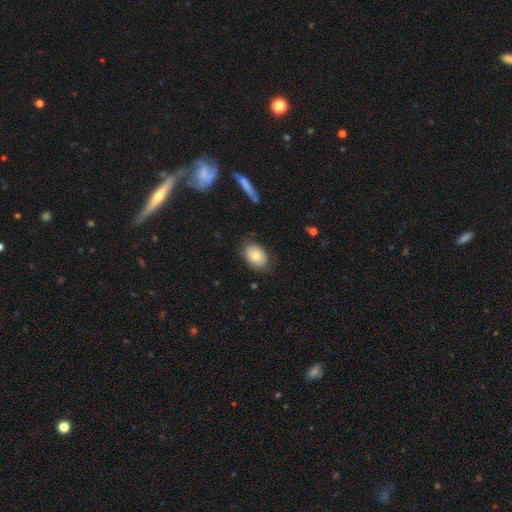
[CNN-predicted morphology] This appears to be a smooth galaxy with no disk features (73%) that is in between round and cigar-shaped (80%). Merging: none (80%).